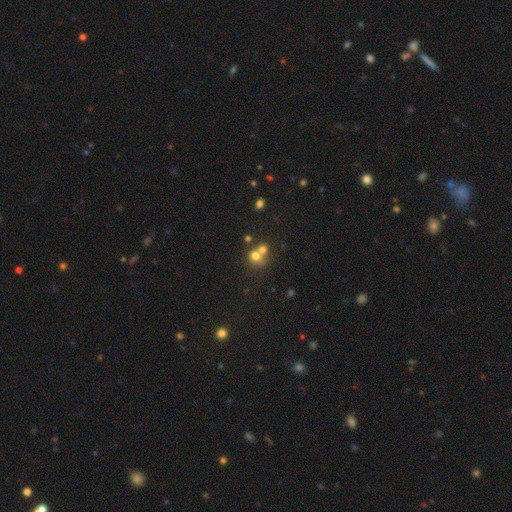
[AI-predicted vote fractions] A smooth galaxy with no disk features (68%) that is round (76%).

Vote fractions:
- Smooth or featured? smooth: 68% / featured or disk: 17% / star or artifact: 15%
- How rounded? round: 76% / in between: 23% / cigar-shaped: 1%
- Merging? merger: 54% / none: 34% / minor disturbance: 7% / major disturbance: 4%